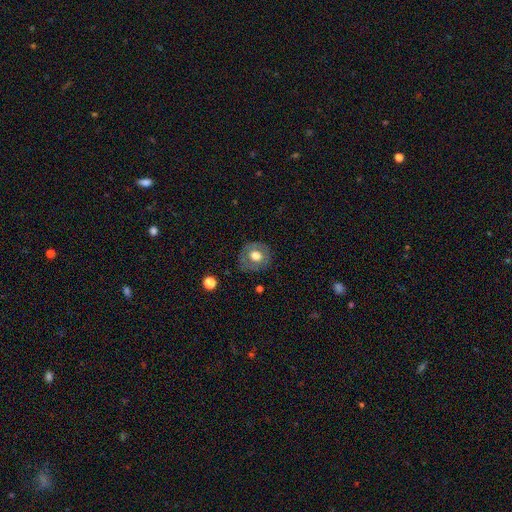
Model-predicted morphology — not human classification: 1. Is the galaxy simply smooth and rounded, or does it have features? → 58% smooth, 34% featured or disk, 8% star or artifact.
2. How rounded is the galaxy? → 78% round, 21% in between, 1% cigar-shaped.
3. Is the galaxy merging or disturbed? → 77% none, 15% minor disturbance, 6% major disturbance, 1% merger.